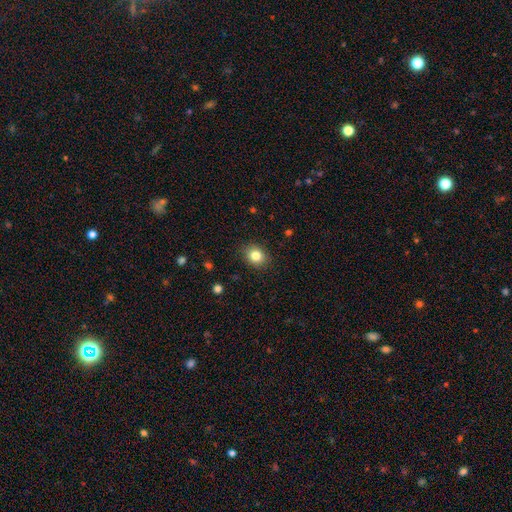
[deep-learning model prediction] This appears to be a smooth galaxy with no disk features (82%) that is round (61%). Merging: none (88%).